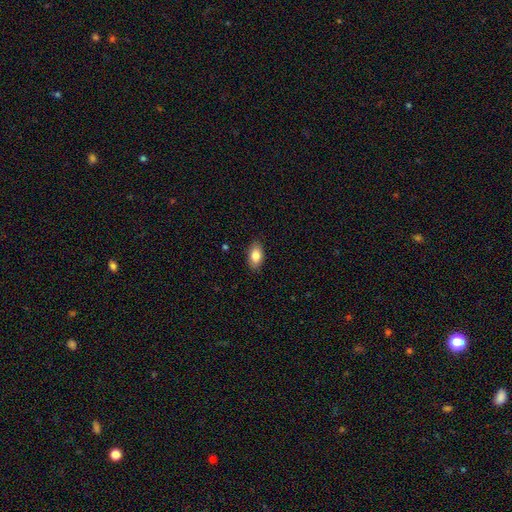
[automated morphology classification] This appears to be a smooth galaxy with no disk features (84%) that is in between round and cigar-shaped (93%). Merging: none (87%).